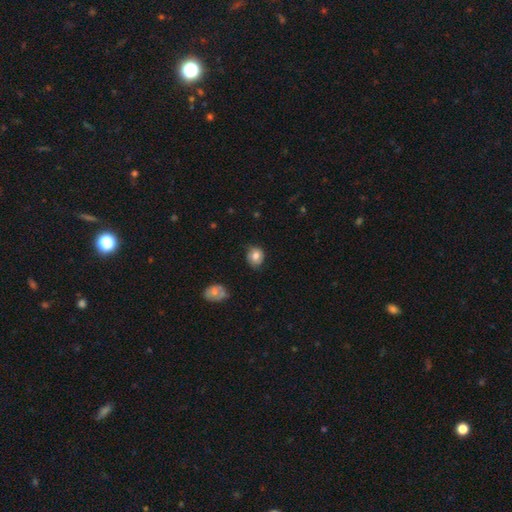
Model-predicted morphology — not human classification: smooth-or-featured: smooth: 76% | featured or disk: 15% | star or artifact: 9%
  how-rounded: round: 71% | in between: 28% | cigar-shaped: 1%
  merging: none: 70% | minor disturbance: 24% | major disturbance: 5% | merger: 2%